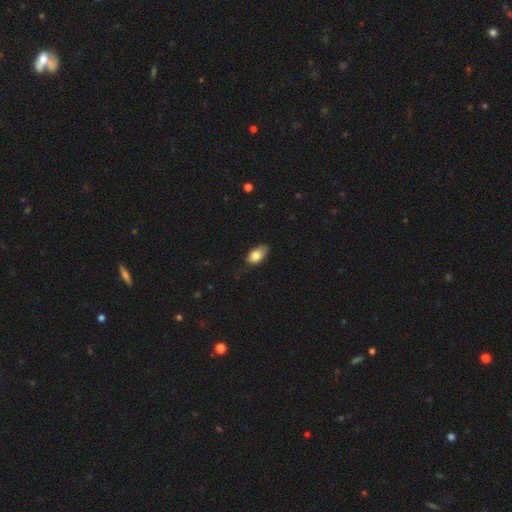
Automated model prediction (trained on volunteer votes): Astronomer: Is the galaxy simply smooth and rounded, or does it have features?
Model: smooth — 80%.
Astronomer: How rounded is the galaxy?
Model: in between — 90%.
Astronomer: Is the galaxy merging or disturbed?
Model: none — 61%.